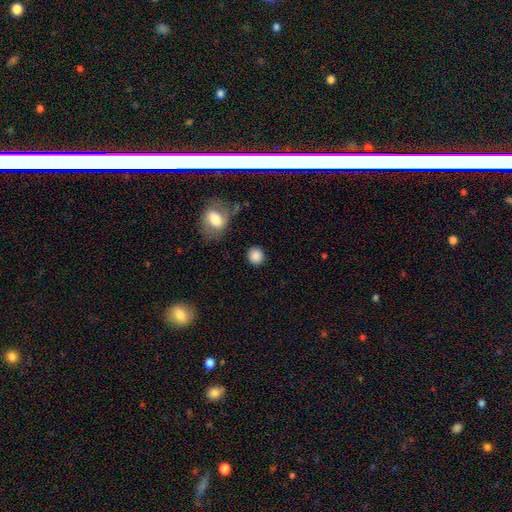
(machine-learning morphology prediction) A smooth galaxy with no disk features (87%) that is round (86%). Merging: none (86%).